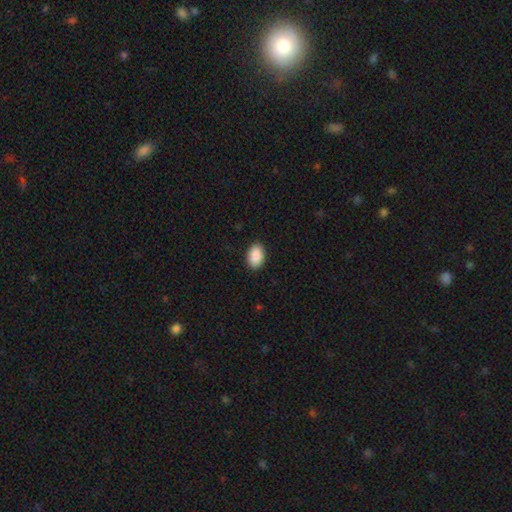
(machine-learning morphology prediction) smooth_or_featured: smooth (p=0.91) [alt: star or artifact p=0.06]
how_rounded: in between (p=0.91) [alt: round p=0.08]
merging: none (p=0.90) [alt: minor disturbance p=0.08]